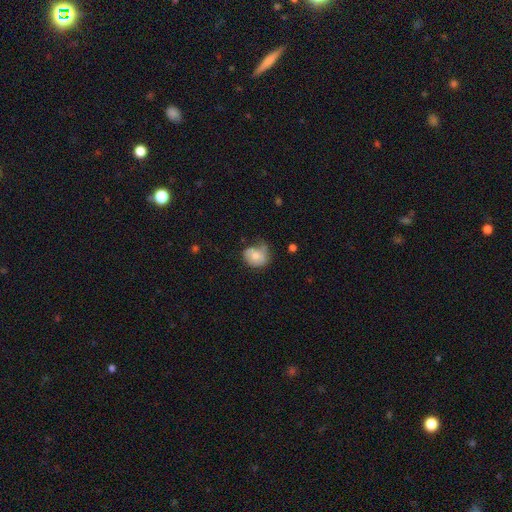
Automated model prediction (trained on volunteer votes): The model was most divided on "merging": none: 38%, minor disturbance: 37%, major disturbance: 21%, merger: 3%. More confident: smooth or featured — smooth (63%); how rounded — round (56%).